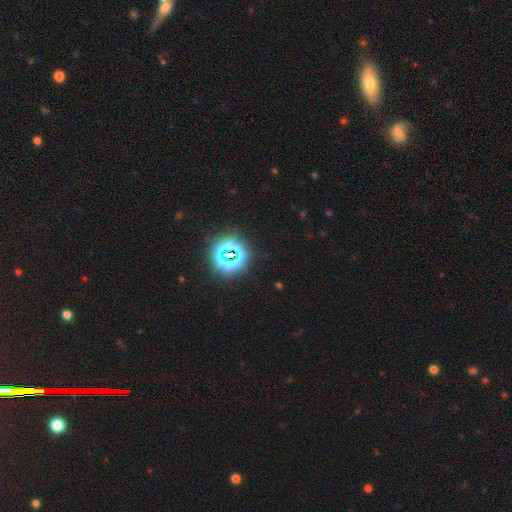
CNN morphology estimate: smooth_or_featured: star or artifact (p=0.80) [alt: smooth p=0.13]